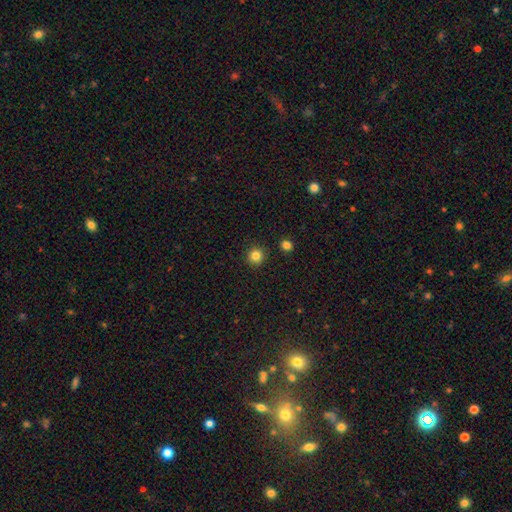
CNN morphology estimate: A smooth galaxy with no disk features (84%) that is round (94%). Merging: none (92%).